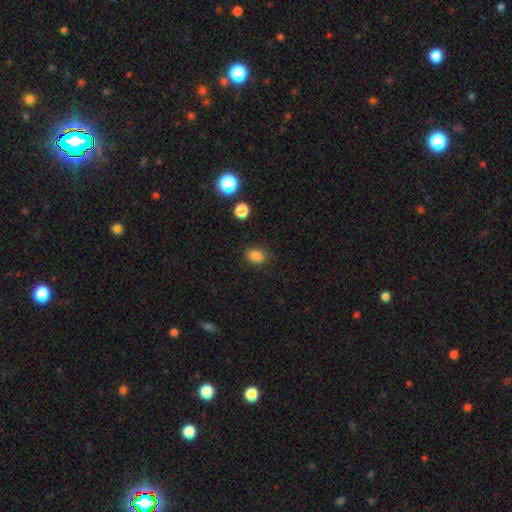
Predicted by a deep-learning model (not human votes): This is clearly a smooth galaxy (84%). How rounded: possibly in between (55%). Merging: clearly none (82%).